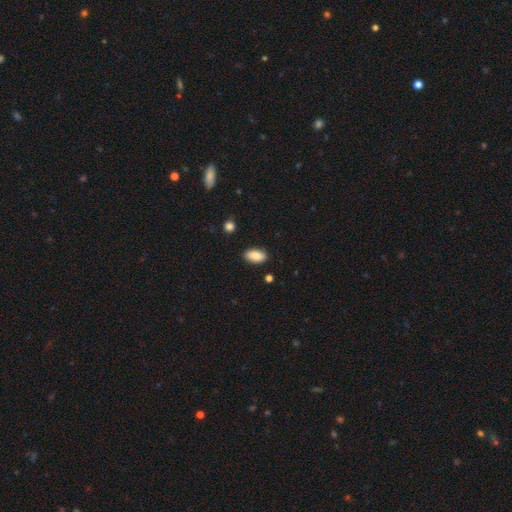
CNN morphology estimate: Smooth or featured: smooth — 86% (featured or disk — 7%)
How rounded: in between — 93% (cigar-shaped — 4%)
Merging: none — 88% (minor disturbance — 9%)